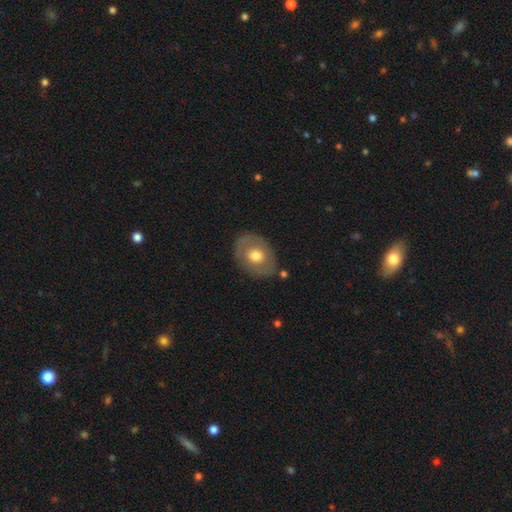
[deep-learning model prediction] This is possibly a smooth galaxy (51%). How rounded: possibly in between (59%). Merging: likely none (80%).